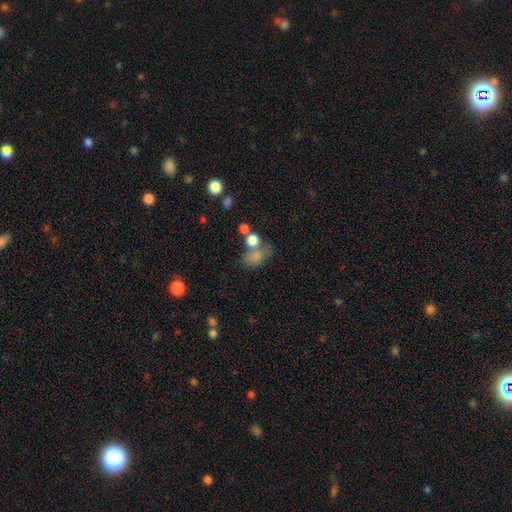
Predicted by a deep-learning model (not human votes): The model was most divided on "merging": merger: 36%, none: 34%, minor disturbance: 16%, major disturbance: 14%. More confident: smooth or featured — smooth (73%); how rounded — in between (62%).